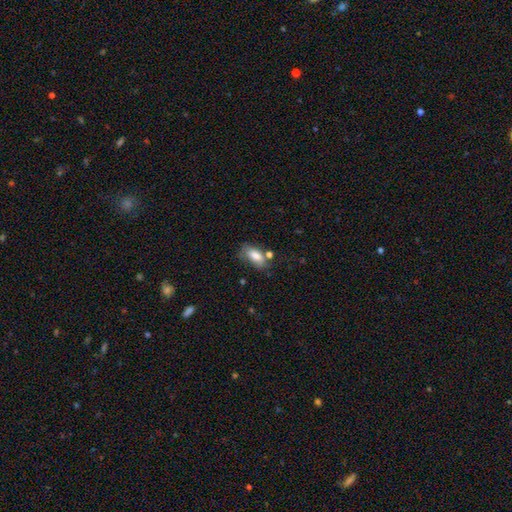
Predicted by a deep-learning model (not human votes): Smooth or featured?
  - smooth: 79% *
  - featured or disk: 13%
  - star or artifact: 8%
How rounded?
  - in between: 87% *
  - cigar-shaped: 8%
  - round: 4%
Merging?
  - none: 59% *
  - minor disturbance: 23%
  - merger: 11%
  - major disturbance: 7%